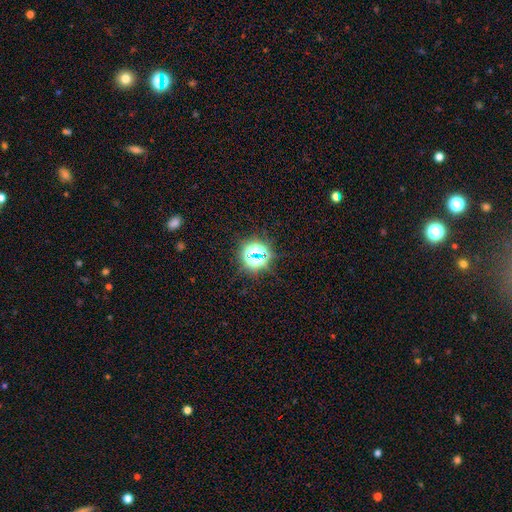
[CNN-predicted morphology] Smooth or featured? star or artifact (74%)